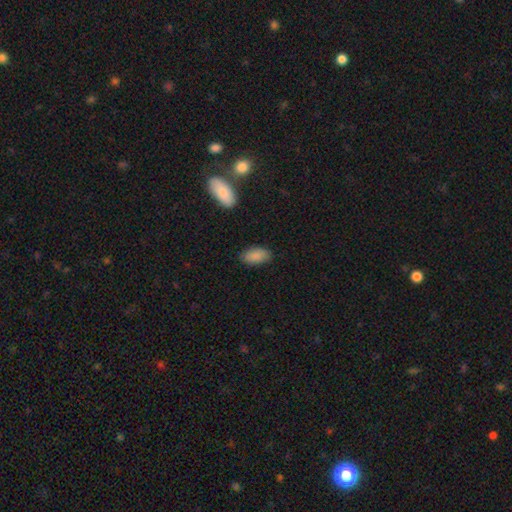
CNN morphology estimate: A smooth galaxy with no disk features (88%) that is in between round and cigar-shaped (93%).

Vote fractions:
- Smooth or featured? smooth: 88% / star or artifact: 7% / featured or disk: 5%
- How rounded? in between: 93% / cigar-shaped: 4% / round: 3%
- Merging? none: 85% / minor disturbance: 11% / major disturbance: 2% / merger: 1%